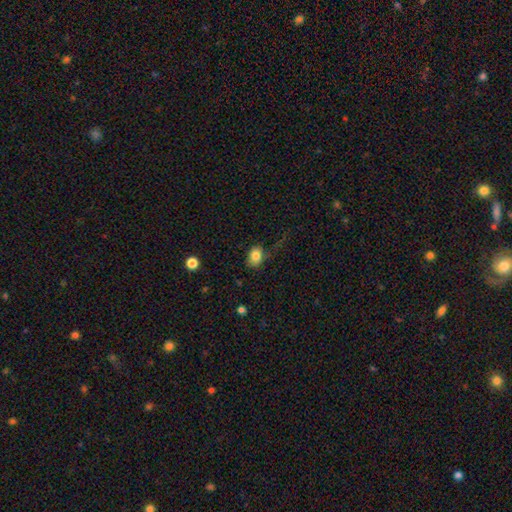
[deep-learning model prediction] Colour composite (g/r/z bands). It shows a smooth galaxy with no disk features (82%) that is in between round and cigar-shaped (66%). Merging: none (55%).